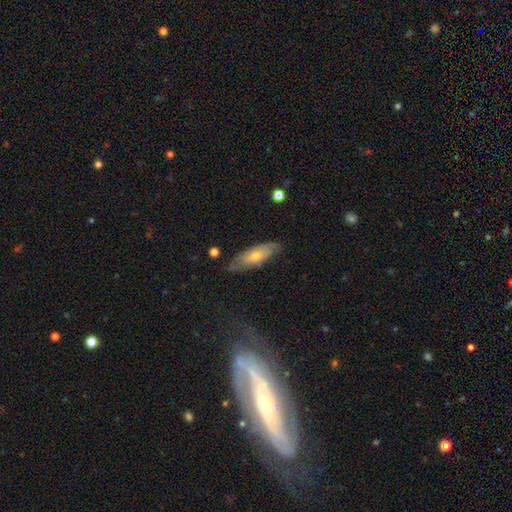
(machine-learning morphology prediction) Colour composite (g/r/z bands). It shows a featured or disk galaxy (49%). Merging: none (75%).